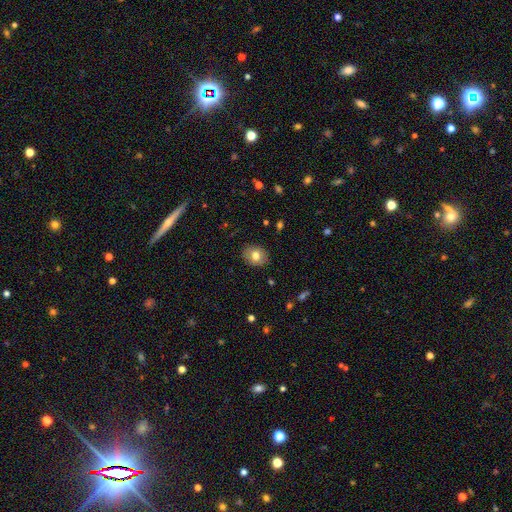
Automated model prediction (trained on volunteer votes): A smooth galaxy with no disk features (76%) that is round (52%).

Vote fractions:
- Smooth or featured? smooth: 76% / featured or disk: 15% / star or artifact: 9%
- How rounded? round: 52% / in between: 47% / cigar-shaped: 1%
- Merging? none: 88% / minor disturbance: 9% / major disturbance: 2% / merger: 1%